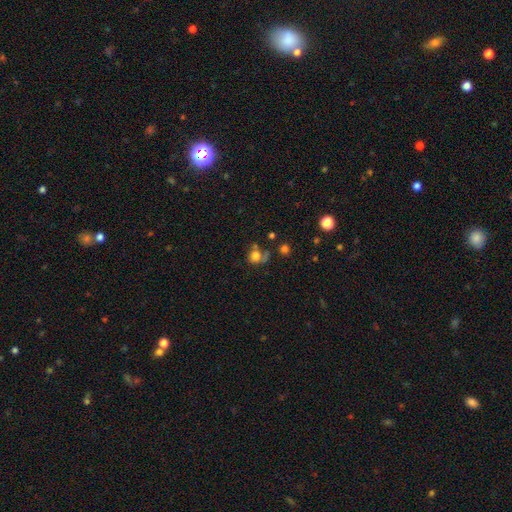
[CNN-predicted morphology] A smooth galaxy with no disk features (72%) that is round (68%). Merging: none (41%).